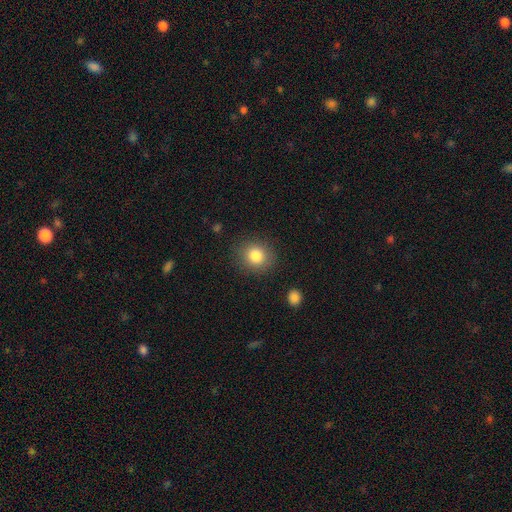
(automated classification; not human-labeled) smooth-or-featured: smooth: 83% | star or artifact: 10% | featured or disk: 8%
  how-rounded: round: 79% | in between: 20% | cigar-shaped: 1%
  merging: none: 86% | minor disturbance: 9% | major disturbance: 3% | merger: 2%